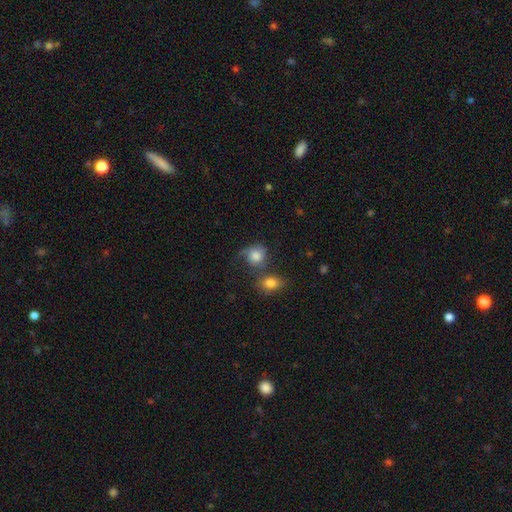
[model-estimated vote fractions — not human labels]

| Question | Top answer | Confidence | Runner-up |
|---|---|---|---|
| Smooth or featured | smooth | 80% | featured or disk (11%) |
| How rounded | round | 73% | in between (26%) |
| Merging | none | 42% | merger (23%) |